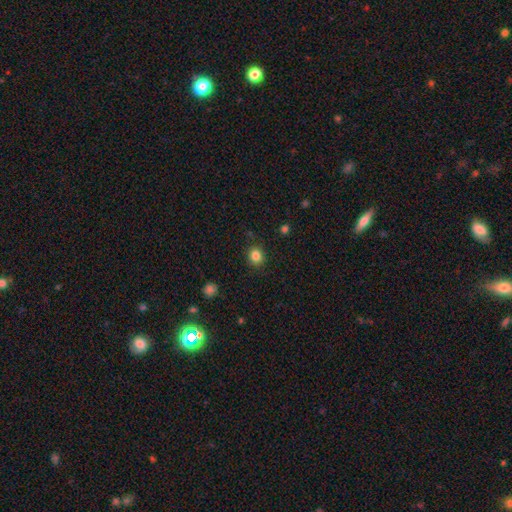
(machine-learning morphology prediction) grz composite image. It shows a smooth galaxy with no disk features (84%) that is round (73%). Merging: none (87%).